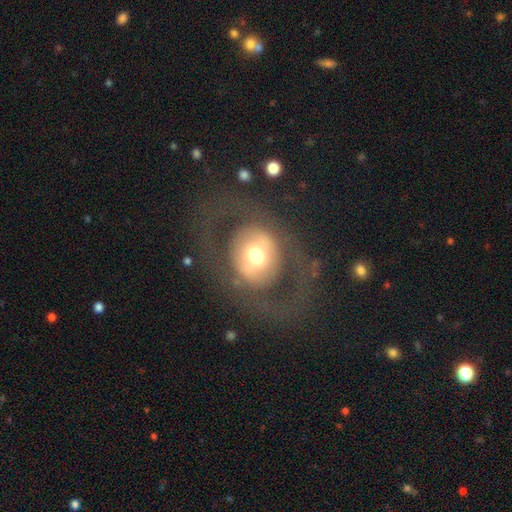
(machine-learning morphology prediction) Smooth or featured: smooth — 48% (featured or disk — 43%)
Merging: none — 64% (major disturbance — 23%)